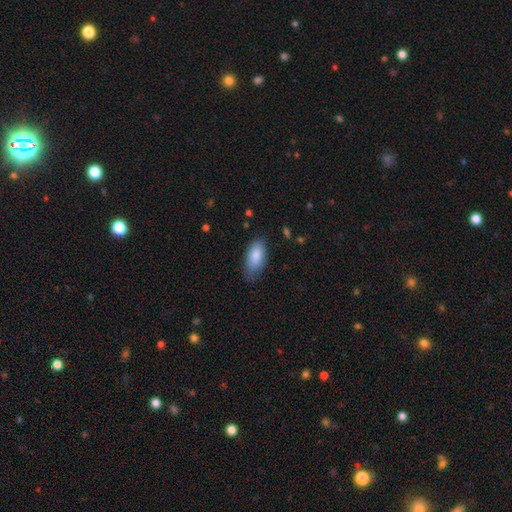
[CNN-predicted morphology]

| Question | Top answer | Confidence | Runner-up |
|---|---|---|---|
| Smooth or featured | smooth | 86% | featured or disk (8%) |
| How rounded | in between | 91% | cigar-shaped (6%) |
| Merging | none | 67% | minor disturbance (26%) |